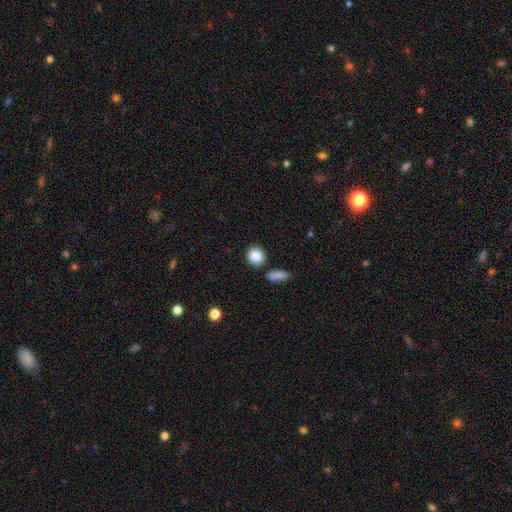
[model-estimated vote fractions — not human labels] Morphology: type=smooth (85%); roundness=round (79%); merging=none (84%).